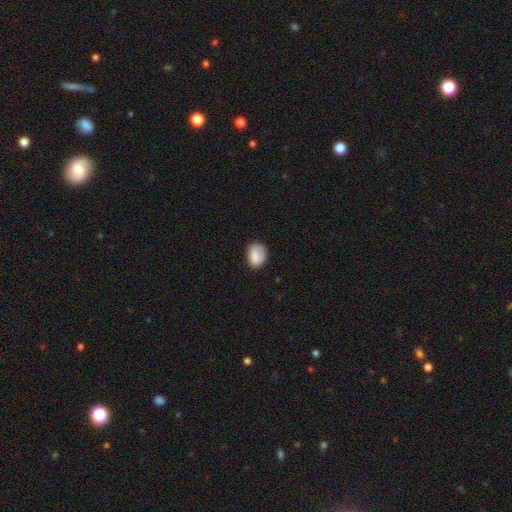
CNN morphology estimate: A smooth galaxy with no disk features (81%) that is in between round and cigar-shaped (59%).

Vote fractions:
- Smooth or featured? smooth: 81% / featured or disk: 11% / star or artifact: 8%
- How rounded? in between: 59% / round: 40% / cigar-shaped: 1%
- Merging? none: 70% / minor disturbance: 22% / major disturbance: 7% / merger: 2%